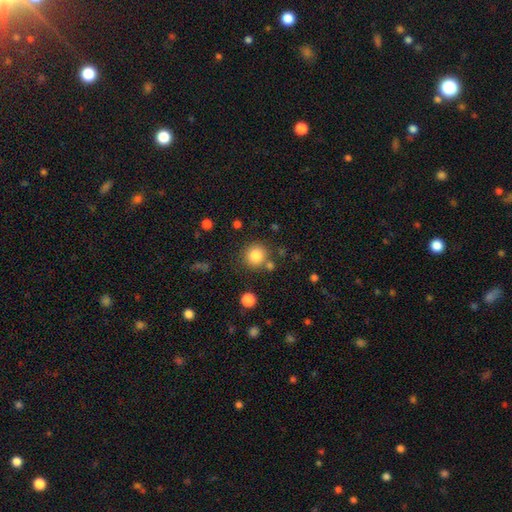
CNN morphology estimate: Q: Smooth or featured?
A: smooth (83%); runner-up: star or artifact (11%)
Q: How rounded?
A: round (92%); runner-up: in between (7%)
Q: Merging?
A: none (80%); runner-up: minor disturbance (9%)